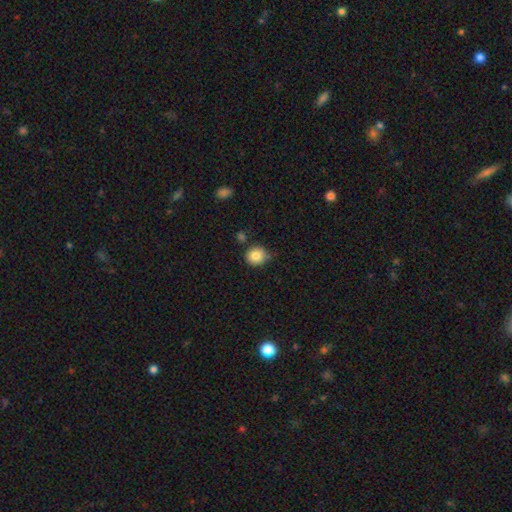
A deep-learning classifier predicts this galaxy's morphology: A smooth galaxy with no disk features (84%) that is round (87%).

Vote fractions:
- Smooth or featured? smooth: 84% / star or artifact: 10% / featured or disk: 6%
- How rounded? round: 87% / in between: 12% / cigar-shaped: 1%
- Merging? none: 73% / minor disturbance: 18% / merger: 6% / major disturbance: 3%